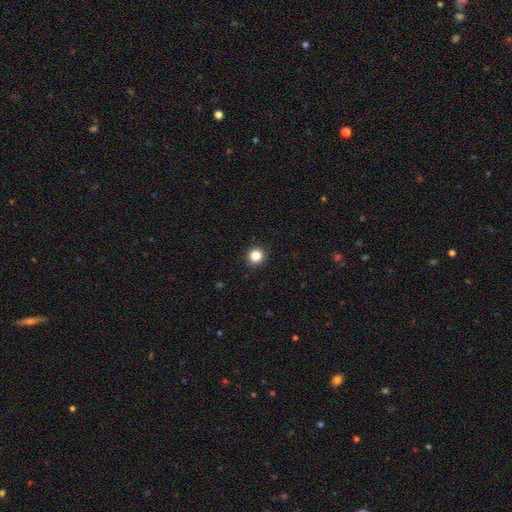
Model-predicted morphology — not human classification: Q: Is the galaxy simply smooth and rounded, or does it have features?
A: smooth — 85%.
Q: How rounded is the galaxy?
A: round — 90%.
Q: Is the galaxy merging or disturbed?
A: none — 93%.